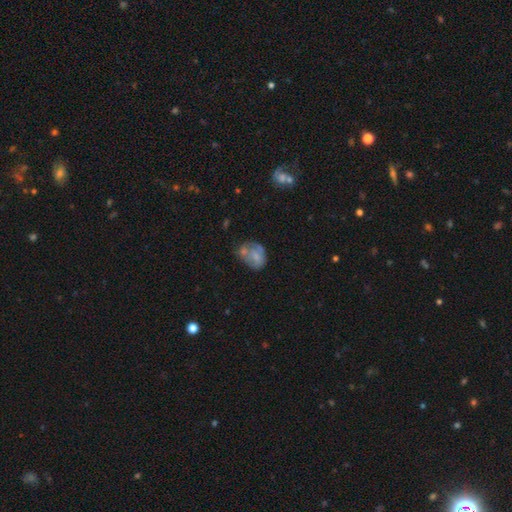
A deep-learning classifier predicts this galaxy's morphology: Smooth or featured? Predicted: smooth (p=0.55). How rounded? Predicted: in between (p=0.68). Merging? Predicted: none (p=0.29, tied with merger).